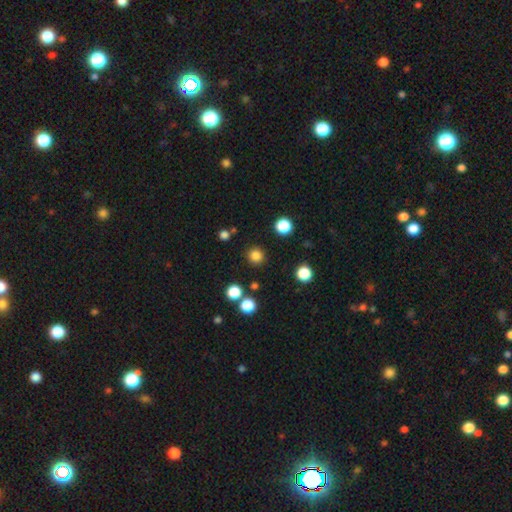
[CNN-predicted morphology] Overall: smooth (83%). How rounded: round (94%). Merging: none (89%).